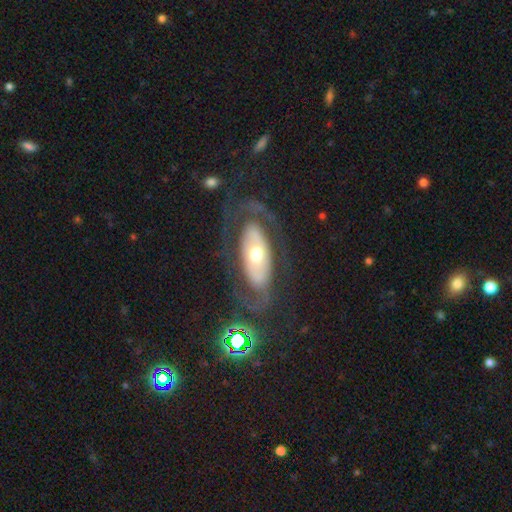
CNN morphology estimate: featured or disk 73%, smooth 20%, star or artifact 7%. Down the decision tree: edge-on disk — no (89%); bar — no (69%); spiral arms — yes (68%); bulge size — moderate (59%); merging — none (65%).